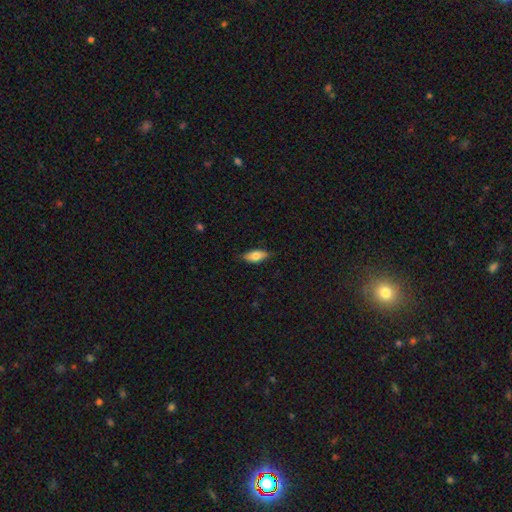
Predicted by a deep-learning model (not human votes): This is likely a smooth galaxy (77%). How rounded: clearly in between (86%). Merging: clearly none (82%).